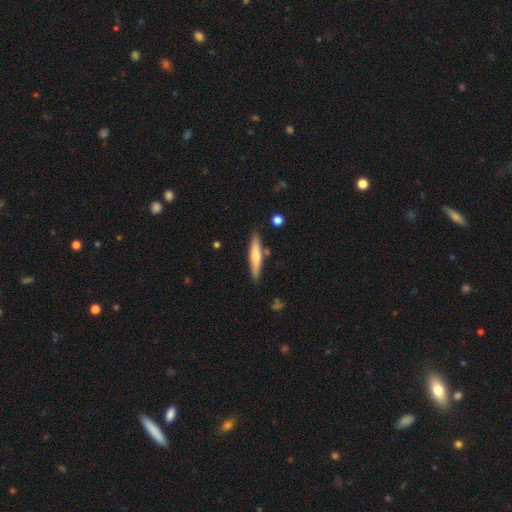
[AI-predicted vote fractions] smooth_or_featured: smooth (p=0.55) [alt: featured or disk p=0.39]
how_rounded: cigar-shaped (p=0.88) [alt: in between p=0.10]
merging: none (p=0.83) [alt: minor disturbance p=0.11]